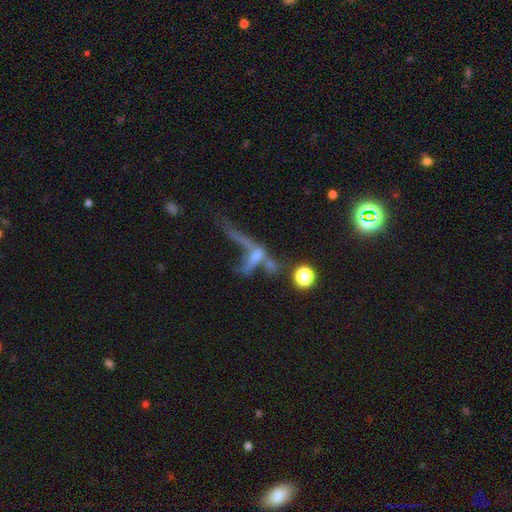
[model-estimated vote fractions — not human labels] Q: Smooth or featured?
A: featured or disk (51%); runner-up: smooth (28%)
Q: Edge-on disk?
A: no (69%); runner-up: yes (31%)
Q: Merging?
A: merger (41%); runner-up: major disturbance (32%)